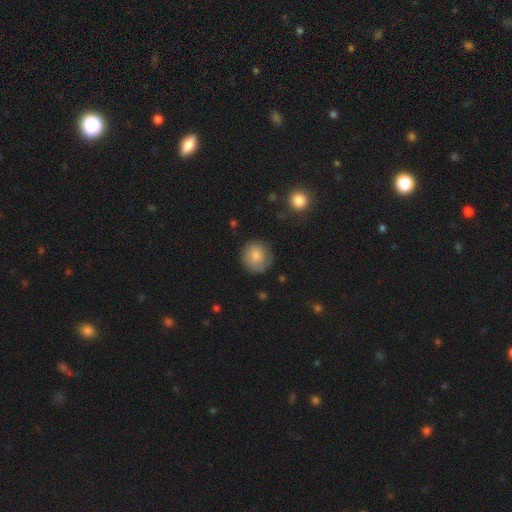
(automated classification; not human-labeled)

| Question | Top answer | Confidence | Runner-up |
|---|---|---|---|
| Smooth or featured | smooth | 81% | featured or disk (11%) |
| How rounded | round | 90% | in between (9%) |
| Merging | none | 76% | minor disturbance (18%) |